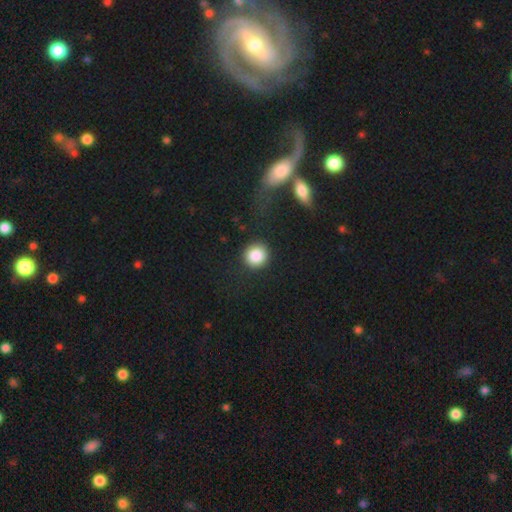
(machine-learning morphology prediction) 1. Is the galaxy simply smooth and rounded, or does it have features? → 87% smooth, 9% star or artifact, 4% featured or disk.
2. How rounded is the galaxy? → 92% round, 7% in between, 1% cigar-shaped.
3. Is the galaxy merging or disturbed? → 88% none, 7% minor disturbance, 3% major disturbance, 2% merger.